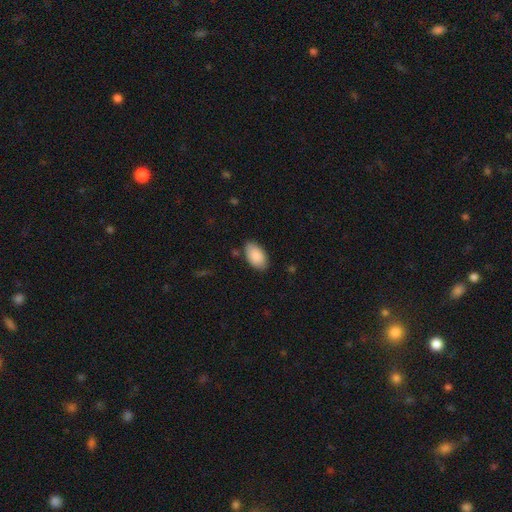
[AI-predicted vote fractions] Smooth or featured: smooth — 89% (star or artifact — 6%)
How rounded: in between — 95% (round — 4%)
Merging: none — 81% (minor disturbance — 14%)